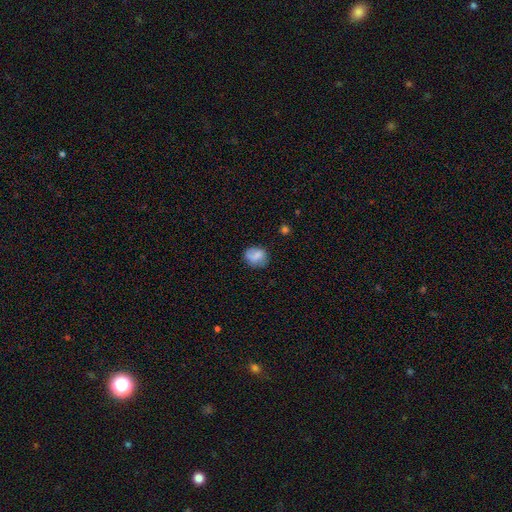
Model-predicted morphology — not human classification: This appears to be a smooth galaxy with no disk features (72%) that is round (59%). Merging: none (68%).